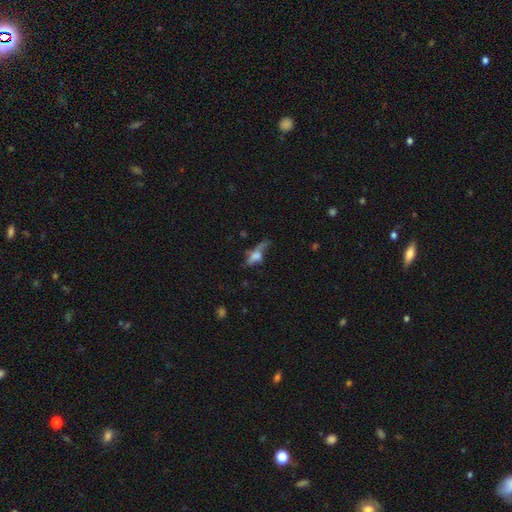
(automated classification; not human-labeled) smooth-or-featured: smooth: 48% | featured or disk: 39% | star or artifact: 13%
  merging: none: 36% | major disturbance: 30% | minor disturbance: 26% | merger: 9%